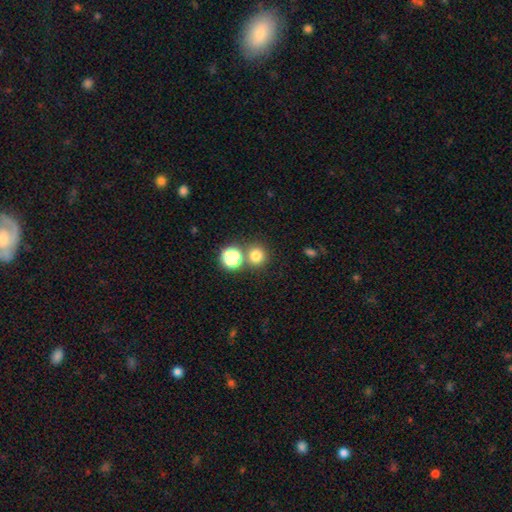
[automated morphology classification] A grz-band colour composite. It shows a smooth galaxy with no disk features (77%) that is round (92%). Merging: none (74%).